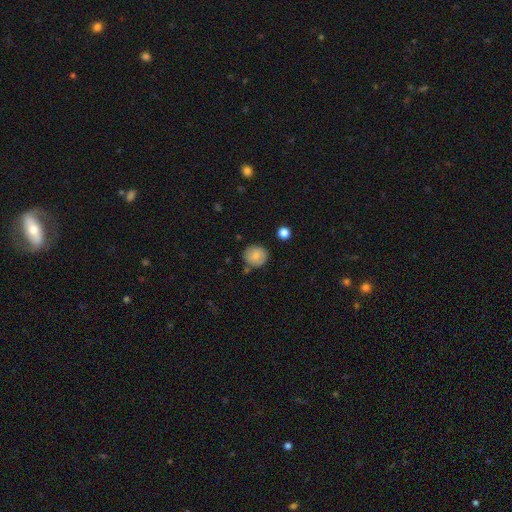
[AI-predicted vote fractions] A smooth galaxy with no disk features (82%) that is round (82%).

Vote fractions:
- Smooth or featured? smooth: 82% / featured or disk: 9% / star or artifact: 8%
- How rounded? round: 82% / in between: 17% / cigar-shaped: 1%
- Merging? none: 79% / minor disturbance: 14% / merger: 4% / major disturbance: 3%